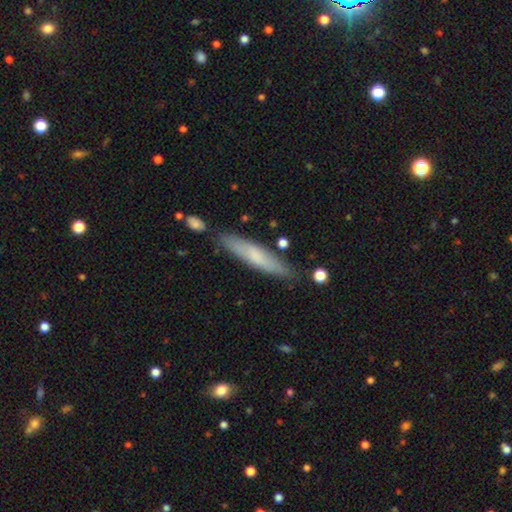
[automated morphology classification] Q: Smooth or featured?
A: smooth (65%); runner-up: featured or disk (29%)
Q: How rounded?
A: cigar-shaped (87%); runner-up: in between (12%)
Q: Merging?
A: none (80%); runner-up: minor disturbance (13%)